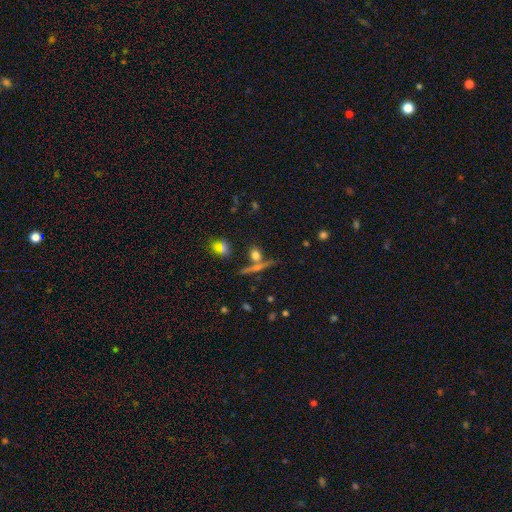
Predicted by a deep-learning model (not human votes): Smooth or featured?
  - smooth: 52% *
  - featured or disk: 29%
  - star or artifact: 18%
How rounded?
  - round: 55% *
  - in between: 23%
  - cigar-shaped: 22%
Merging?
  - none: 66% *
  - merger: 19%
  - minor disturbance: 10%
  - major disturbance: 5%